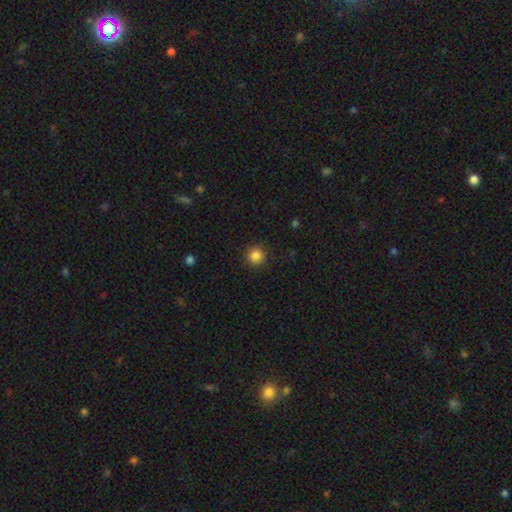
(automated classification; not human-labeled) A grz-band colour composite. It shows a smooth galaxy with no disk features (85%) that is round (95%). Merging: none (91%).